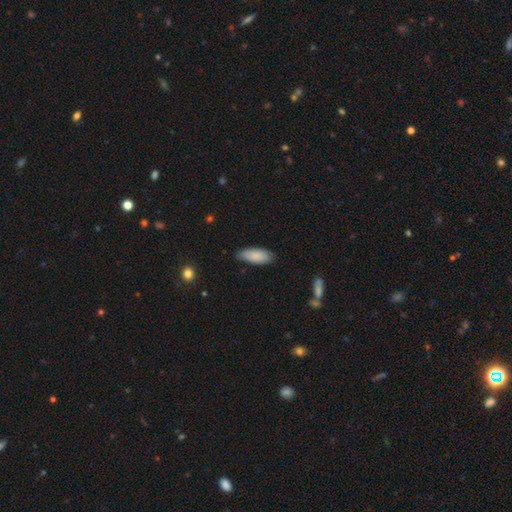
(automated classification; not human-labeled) Smooth or featured: smooth — 87% (featured or disk — 7%)
How rounded: in between — 83% (cigar-shaped — 15%)
Merging: none — 71% (minor disturbance — 24%)